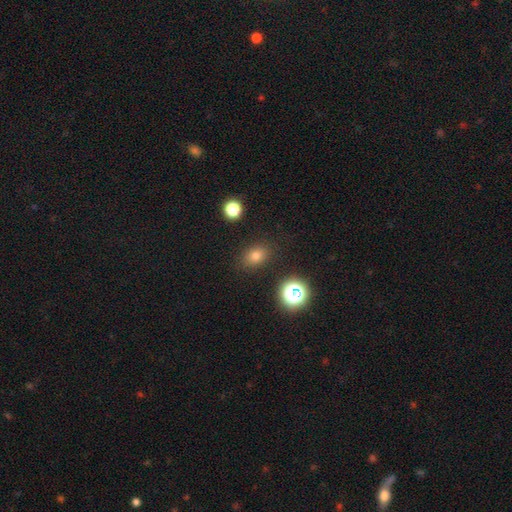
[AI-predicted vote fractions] The model was most divided on "how rounded": in between: 65%, round: 34%, cigar-shaped: 1%. More confident: merging — none (86%); smooth or featured — smooth (75%).